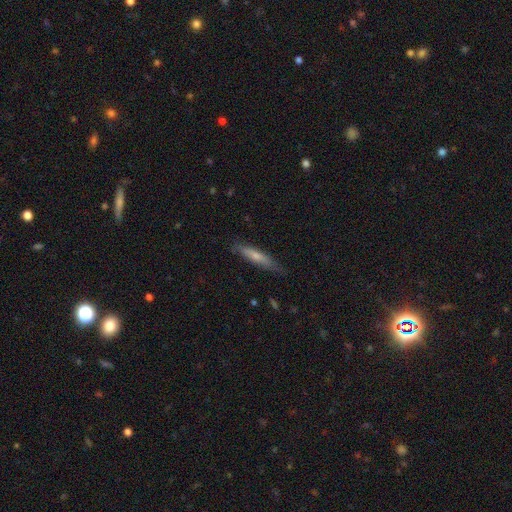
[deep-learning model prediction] A smooth galaxy with no disk features (59%) that is cigar-shaped (87%).

Vote fractions:
- Smooth or featured? smooth: 59% / featured or disk: 35% / star or artifact: 6%
- How rounded? cigar-shaped: 87% / in between: 12% / round: 2%
- Merging? none: 77% / minor disturbance: 19% / major disturbance: 3% / merger: 1%